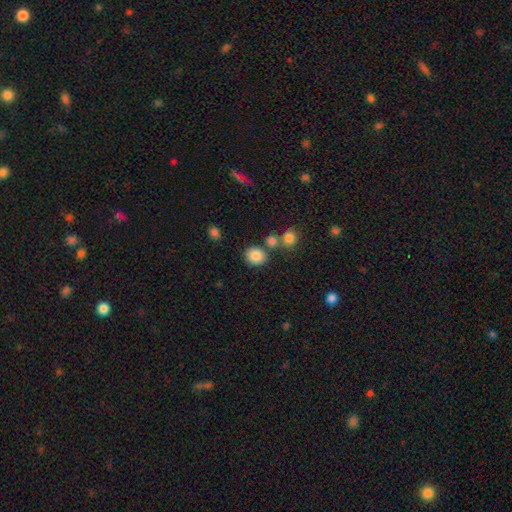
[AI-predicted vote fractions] Morphology: type=smooth (85%); roundness=round (79%); merging=none (73%).